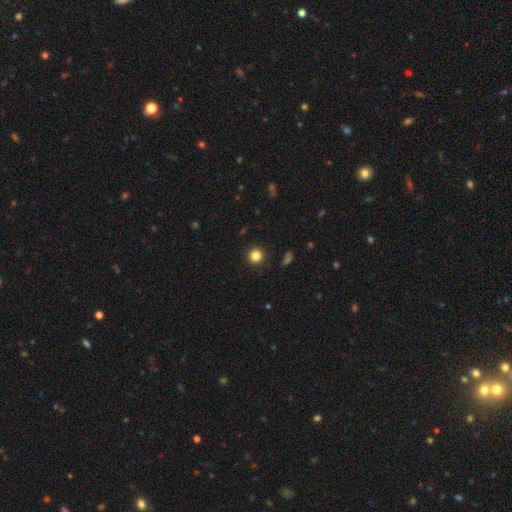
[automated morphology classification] Smooth or featured? smooth (83%)
How rounded? round (95%)
Merging? none (92%)